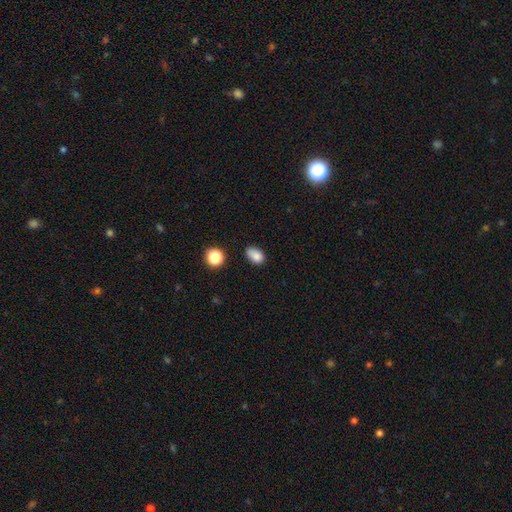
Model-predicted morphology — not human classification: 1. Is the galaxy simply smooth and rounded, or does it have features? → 83% smooth, 11% star or artifact, 6% featured or disk.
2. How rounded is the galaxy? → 81% in between, 17% round, 1% cigar-shaped.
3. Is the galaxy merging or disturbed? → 64% none, 27% minor disturbance, 5% major disturbance, 5% merger.